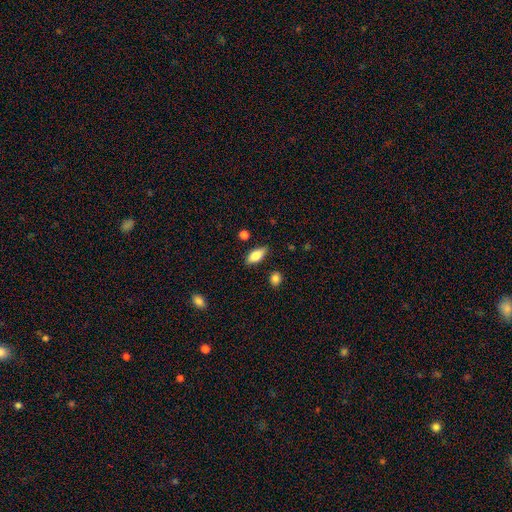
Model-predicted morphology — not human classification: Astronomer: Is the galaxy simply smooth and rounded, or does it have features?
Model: smooth — 76%.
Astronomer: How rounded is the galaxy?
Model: in between — 84%.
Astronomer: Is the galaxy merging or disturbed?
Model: none — 81%.